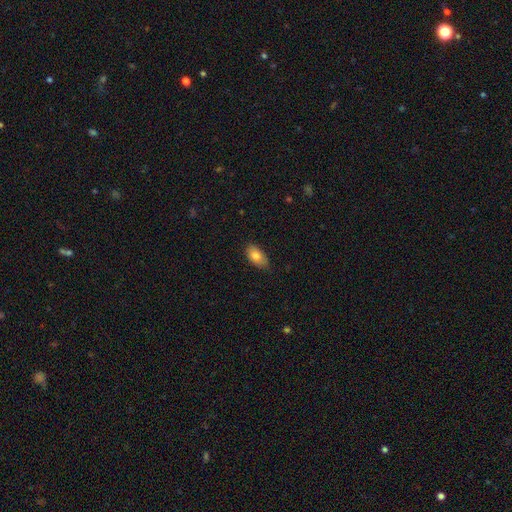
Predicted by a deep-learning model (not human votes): The model was most divided on "merging": none: 78%, minor disturbance: 18%, major disturbance: 3%, merger: 1%. More confident: how rounded — in between (92%); smooth or featured — smooth (80%).